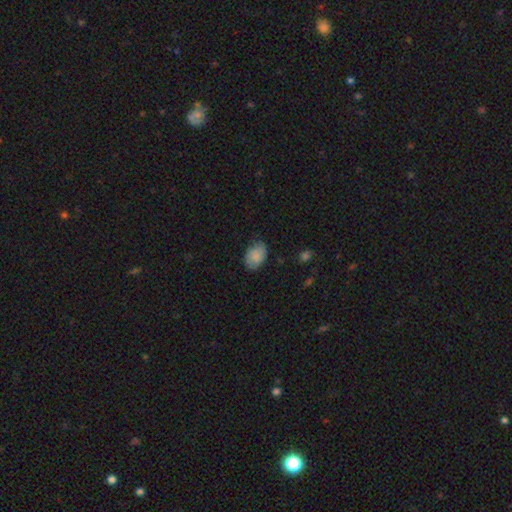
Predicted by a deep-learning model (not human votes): smooth 81%, featured or disk 12%, star or artifact 7%. Down the decision tree: how rounded — in between (85%); merging — none (77%).